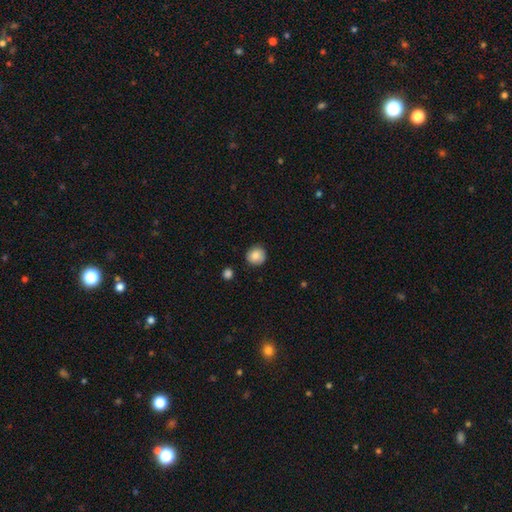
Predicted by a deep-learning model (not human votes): This is clearly a smooth galaxy (86%). How rounded: clearly round (89%). Merging: clearly none (85%).